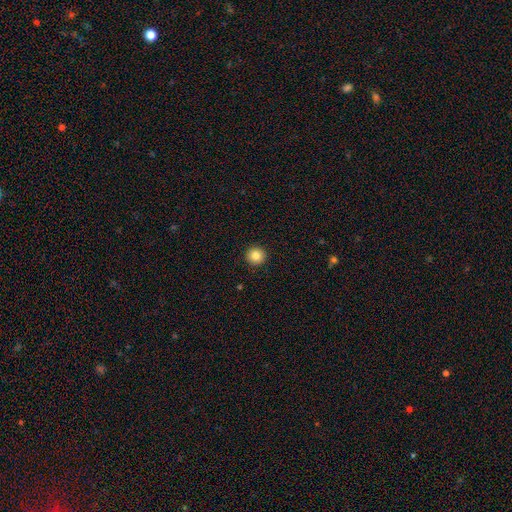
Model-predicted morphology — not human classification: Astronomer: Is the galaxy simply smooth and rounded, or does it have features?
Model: smooth — 83%.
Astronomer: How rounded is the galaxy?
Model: round — 96%.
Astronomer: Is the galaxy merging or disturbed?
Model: none — 93%.